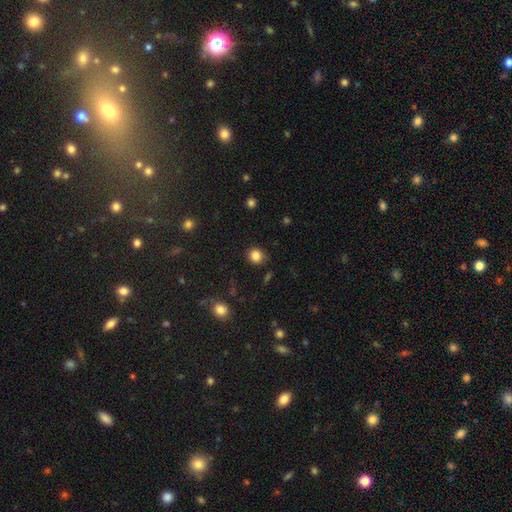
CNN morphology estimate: The model was most divided on "how rounded": round: 83%, in between: 16%, cigar-shaped: 1%. More confident: merging — none (86%); smooth or featured — smooth (84%).